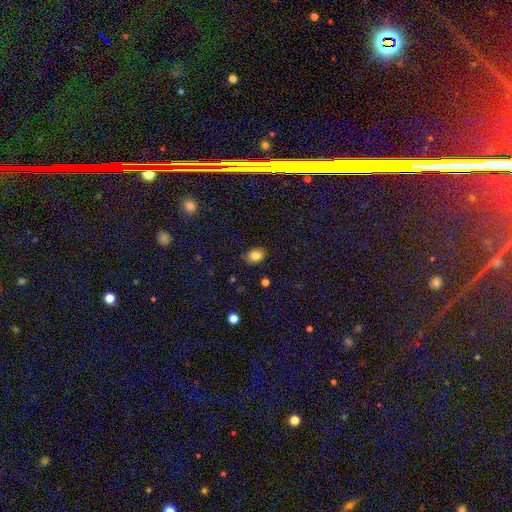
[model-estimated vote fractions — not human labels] A smooth galaxy with no disk features (83%) that is in between round and cigar-shaped (61%).

Vote fractions:
- Smooth or featured? smooth: 83% / star or artifact: 10% / featured or disk: 7%
- How rounded? in between: 61% / round: 38% / cigar-shaped: 1%
- Merging? none: 86% / minor disturbance: 10% / major disturbance: 2% / merger: 1%